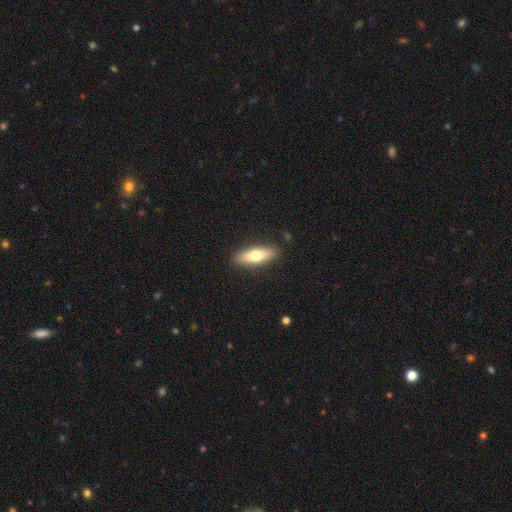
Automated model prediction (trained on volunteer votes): The model was most divided on "how rounded": in between: 54%, cigar-shaped: 43%, round: 3%. More confident: merging — none (89%); smooth or featured — smooth (67%).